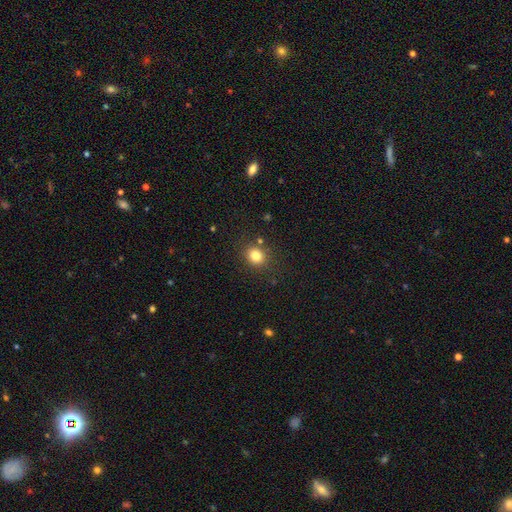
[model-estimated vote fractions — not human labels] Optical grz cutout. It shows a smooth galaxy with no disk features (81%) that is round (73%). Merging: none (83%).